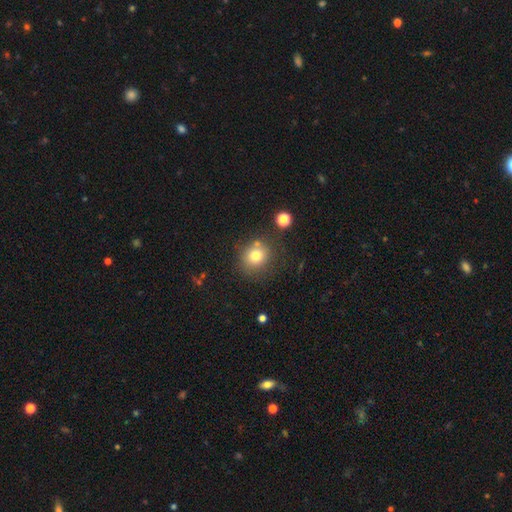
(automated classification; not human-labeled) smooth_or_featured: smooth (p=0.76) [alt: star or artifact p=0.13]
how_rounded: round (p=0.79) [alt: in between p=0.20]
merging: none (p=0.74) [alt: minor disturbance p=0.12]